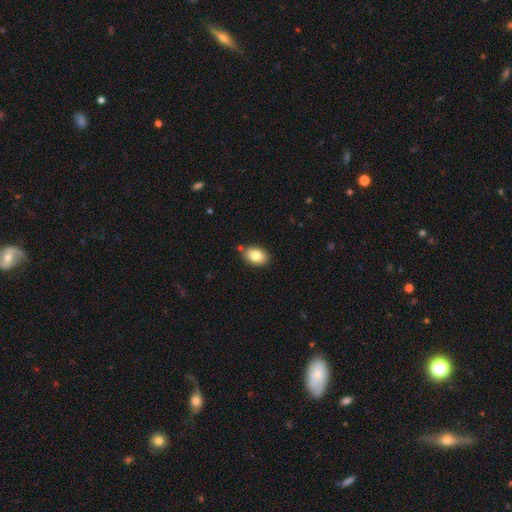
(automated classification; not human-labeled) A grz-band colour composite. It shows a smooth galaxy with no disk features (81%) that is in between round and cigar-shaped (83%). Merging: none (81%).